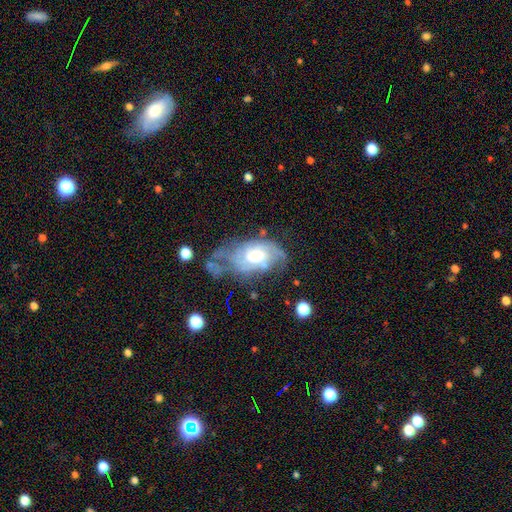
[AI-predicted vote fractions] Q: Smooth or featured?
A: featured or disk (76%); runner-up: smooth (17%)
Q: Edge-on disk?
A: no (95%); runner-up: yes (5%)
Q: Bar?
A: no (68%); runner-up: weak (27%)
Q: Spiral arms?
A: yes (84%); runner-up: no (16%)
Q: Spiral winding?
A: tight (52%); runner-up: medium (34%)
Q: Spiral arm count?
A: can't tell (48%); runner-up: 2 (26%)
Q: Bulge size?
A: moderate (56%); runner-up: small (34%)
Q: Merging?
A: none (36%); runner-up: major disturbance (30%)